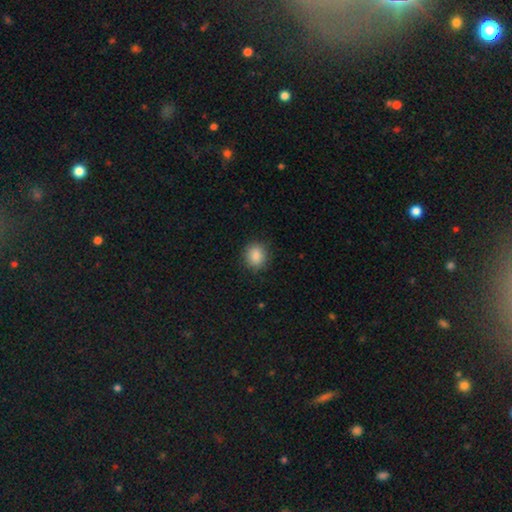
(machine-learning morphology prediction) smooth_or_featured: smooth (p=0.88) [alt: star or artifact p=0.09]
how_rounded: round (p=0.75) [alt: in between p=0.24]
merging: none (p=0.87) [alt: minor disturbance p=0.10]